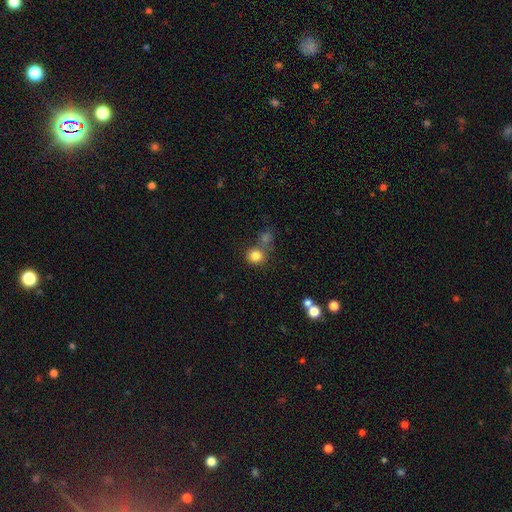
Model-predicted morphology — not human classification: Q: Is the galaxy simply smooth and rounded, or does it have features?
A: smooth — 82%.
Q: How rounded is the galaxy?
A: round — 87%.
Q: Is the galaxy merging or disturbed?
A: none — 63%.